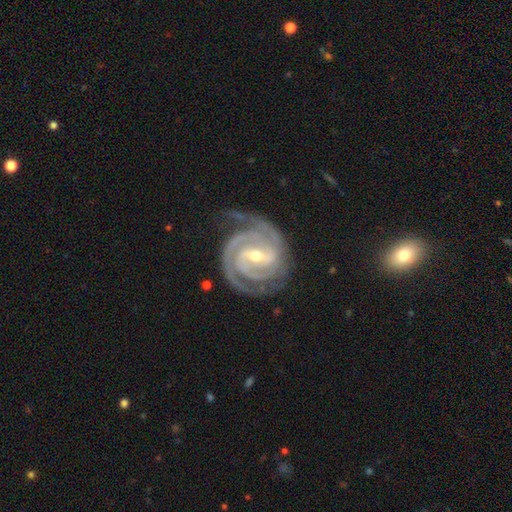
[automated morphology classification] Smooth or featured?
  - featured or disk: 93% *
  - star or artifact: 4%
  - smooth: 3%
Edge-on disk?
  - no: 98% *
  - yes: 2%
Bar?
  - strong: 45% *
  - weak: 42%
  - no: 13%
Spiral arms?
  - yes: 99% *
  - no: 1%
Spiral winding?
  - tight: 76% *
  - medium: 22%
  - loose: 2%
Spiral arm count?
  - 2: 65% *
  - 3: 20%
  - can't tell: 5%
  - 4: 4%
  - 1: 3%
  - more than 4: 3%
Bulge size?
  - moderate: 50% *
  - small: 47%
  - large: 1%
  - none: 1%
  - dominant: 1%
Merging?
  - none: 77% *
  - minor disturbance: 16%
  - major disturbance: 6%
  - merger: 1%